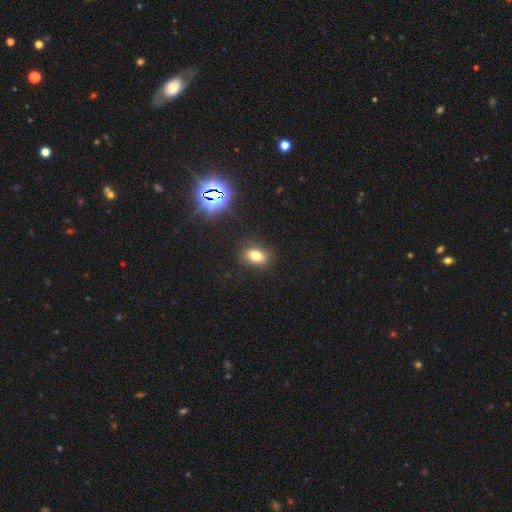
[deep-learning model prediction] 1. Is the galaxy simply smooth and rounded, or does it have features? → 74% smooth, 16% star or artifact, 10% featured or disk.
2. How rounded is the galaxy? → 77% in between, 21% round, 2% cigar-shaped.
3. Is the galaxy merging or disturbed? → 86% none, 10% minor disturbance, 3% major disturbance, 2% merger.